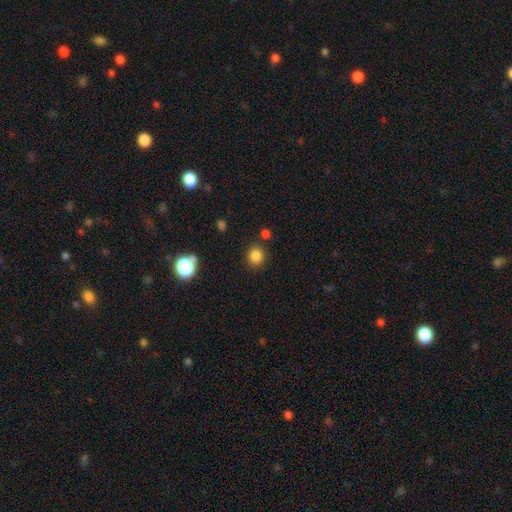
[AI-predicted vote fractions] Overall: smooth (83%). How rounded: round (80%). Merging: none (82%).